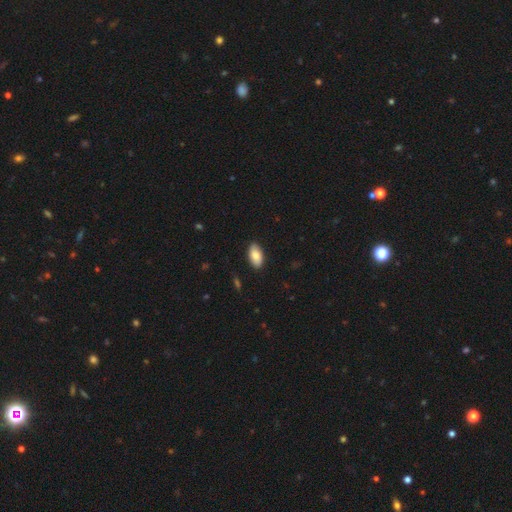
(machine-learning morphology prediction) Smooth or featured? Predicted: smooth (p=0.82). How rounded? Predicted: in between (p=0.94). Merging? Predicted: none (p=0.88).